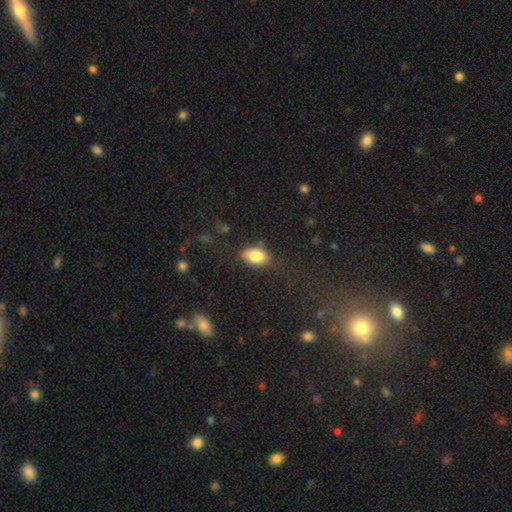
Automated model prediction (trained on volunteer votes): Morphology: type=smooth (85%); roundness=in between (89%); merging=none (78%).